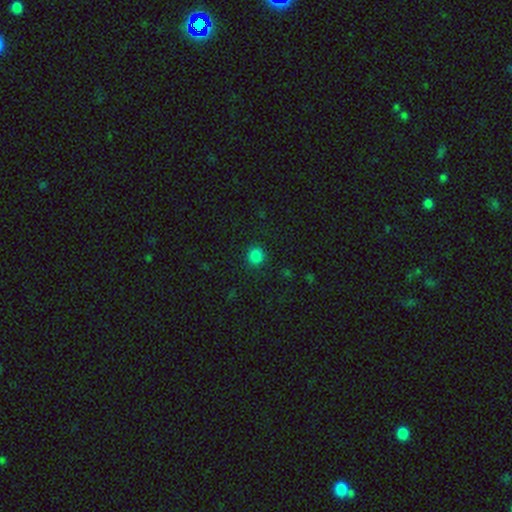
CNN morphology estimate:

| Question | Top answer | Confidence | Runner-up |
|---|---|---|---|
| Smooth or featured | smooth | 84% | star or artifact (13%) |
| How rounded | round | 91% | in between (8%) |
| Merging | none | 91% | minor disturbance (6%) |